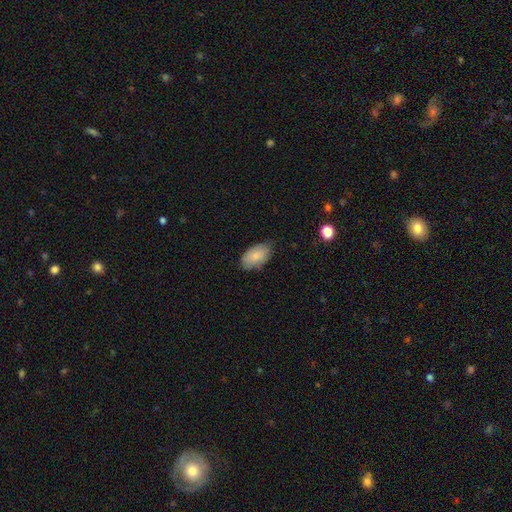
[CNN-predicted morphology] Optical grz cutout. It shows a smooth galaxy with no disk features (83%) that is in between round and cigar-shaped (94%). Merging: none (74%).